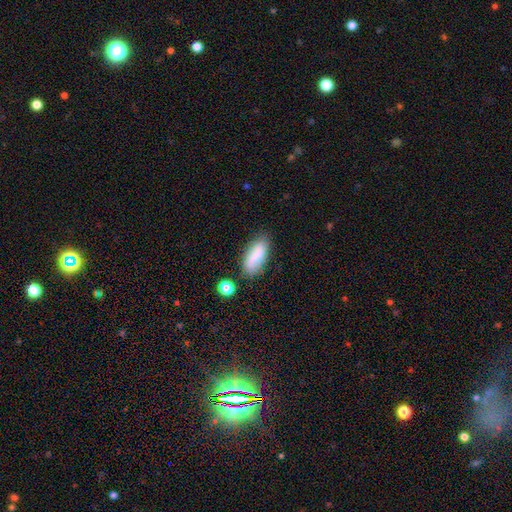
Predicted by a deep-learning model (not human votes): A smooth galaxy with no disk features (79%) that is in between round and cigar-shaped (74%). Merging: none (68%).